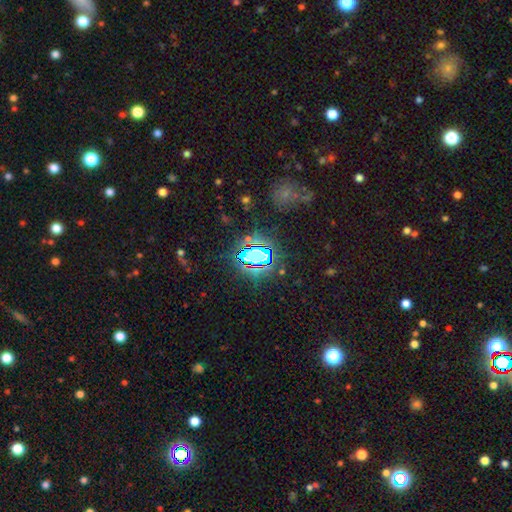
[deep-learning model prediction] A star or artifact, not a galaxy (70%).